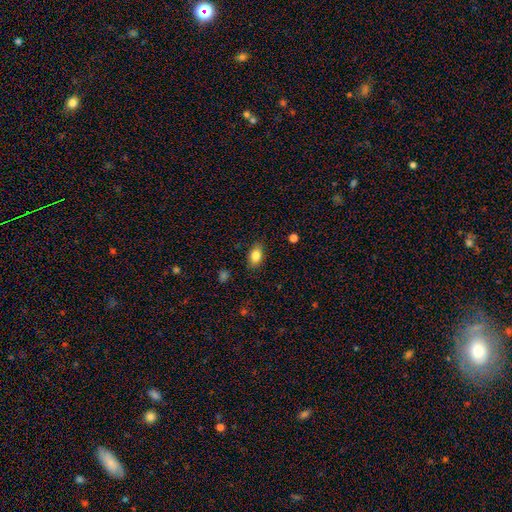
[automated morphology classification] Q: Smooth or featured?
A: smooth (83%); runner-up: featured or disk (8%)
Q: How rounded?
A: in between (87%); runner-up: round (10%)
Q: Merging?
A: none (85%); runner-up: minor disturbance (11%)